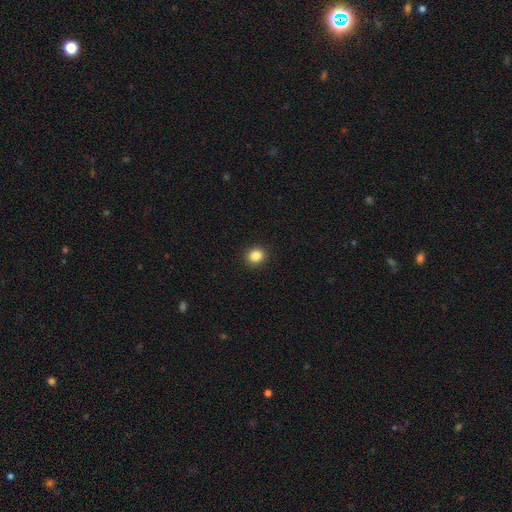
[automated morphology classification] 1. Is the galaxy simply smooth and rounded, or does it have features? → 85% smooth, 11% star or artifact, 4% featured or disk.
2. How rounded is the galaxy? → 84% round, 15% in between, 1% cigar-shaped.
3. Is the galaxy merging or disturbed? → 93% none, 5% minor disturbance, 2% major disturbance, 1% merger.